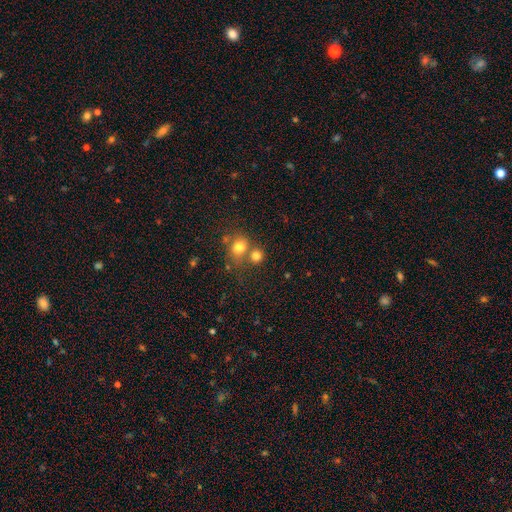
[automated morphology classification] Smooth or featured? Predicted: smooth (p=0.76). How rounded? Predicted: round (p=0.79). Merging? Predicted: none (p=0.49).